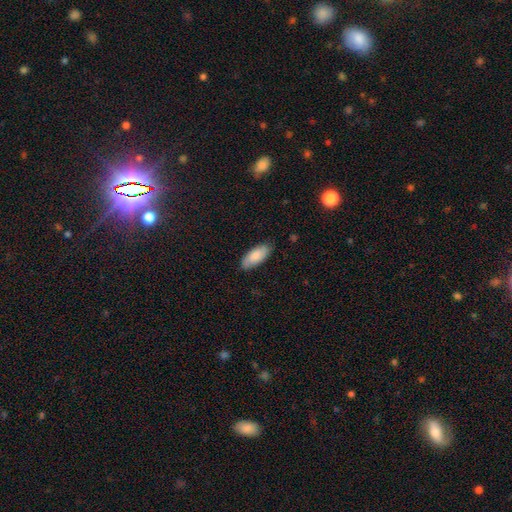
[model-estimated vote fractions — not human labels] Morphology: type=smooth (82%); roundness=in between (86%); merging=none (82%).